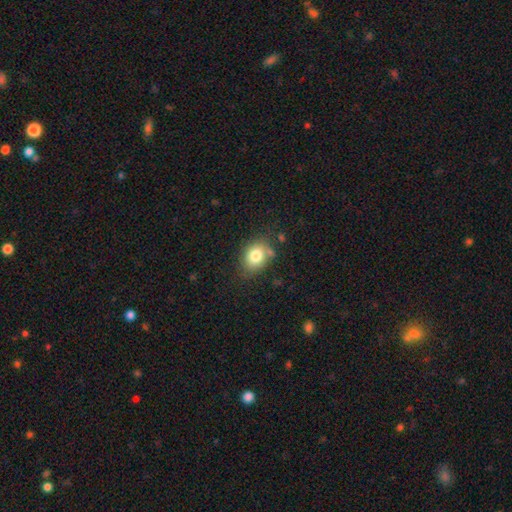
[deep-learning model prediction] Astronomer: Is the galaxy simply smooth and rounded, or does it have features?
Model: smooth — 79%.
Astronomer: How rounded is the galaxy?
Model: in between — 58% (runner-up: round, 41%).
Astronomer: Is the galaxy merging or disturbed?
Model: none — 70%.